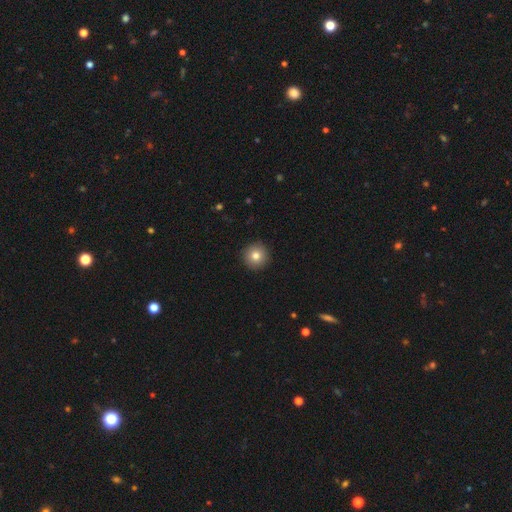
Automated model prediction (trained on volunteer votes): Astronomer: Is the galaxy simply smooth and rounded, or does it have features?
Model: smooth — 81%.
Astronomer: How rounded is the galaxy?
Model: round — 96%.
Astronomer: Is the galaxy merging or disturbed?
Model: none — 93%.